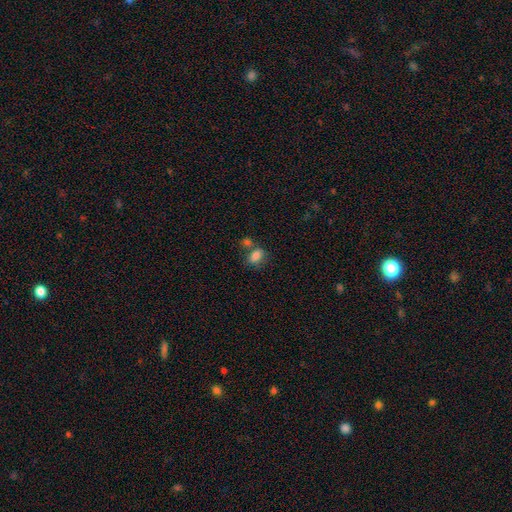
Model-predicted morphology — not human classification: smooth-or-featured: smooth: 82% | star or artifact: 11% | featured or disk: 7%
  how-rounded: in between: 80% | round: 18% | cigar-shaped: 2%
  merging: none: 48% | merger: 31% | minor disturbance: 15% | major disturbance: 7%